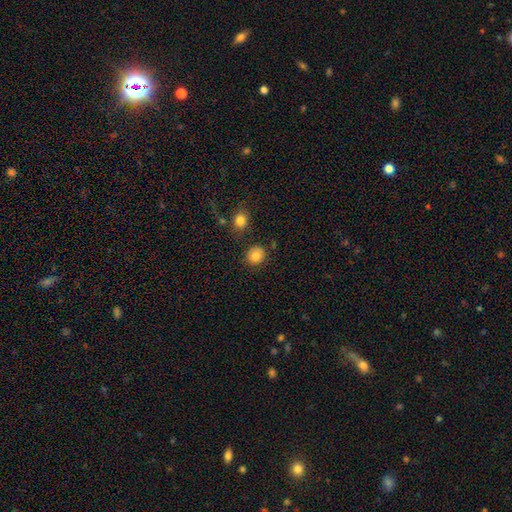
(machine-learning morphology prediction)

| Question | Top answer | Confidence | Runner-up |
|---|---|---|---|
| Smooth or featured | smooth | 84% | star or artifact (10%) |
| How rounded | round | 82% | in between (17%) |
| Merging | none | 83% | minor disturbance (10%) |